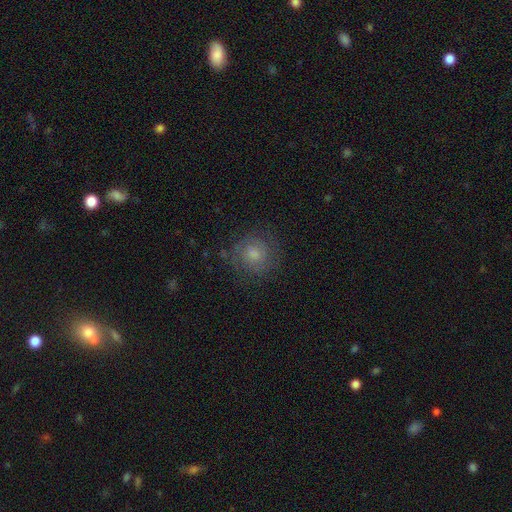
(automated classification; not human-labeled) smooth 47%, featured or disk 37%, star or artifact 17%. Down the decision tree: merging — none (79%).